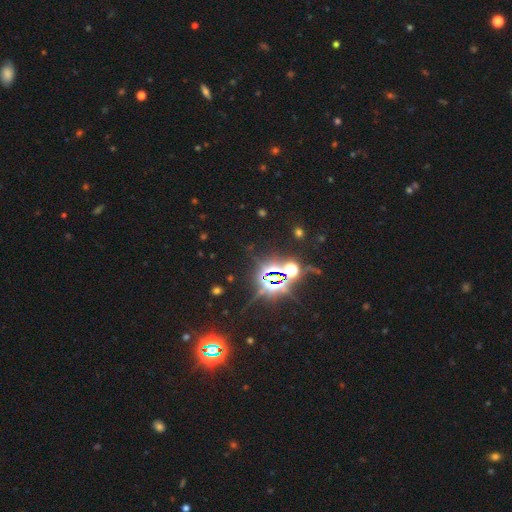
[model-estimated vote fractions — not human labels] smooth_or_featured: star or artifact (p=0.84) [alt: smooth p=0.09]